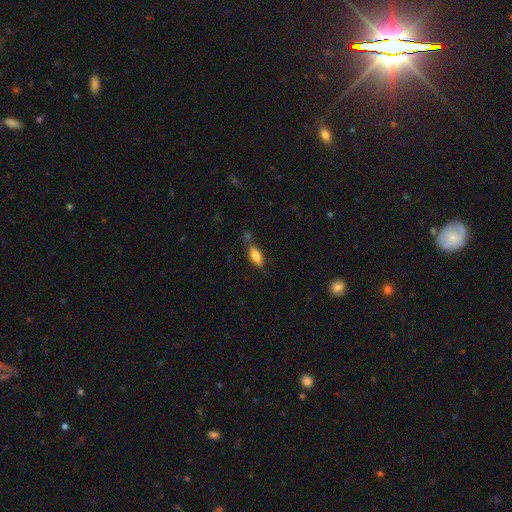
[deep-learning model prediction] Smooth or featured? Predicted: smooth (p=0.81). How rounded? Predicted: in between (p=0.81). Merging? Predicted: none (p=0.58).